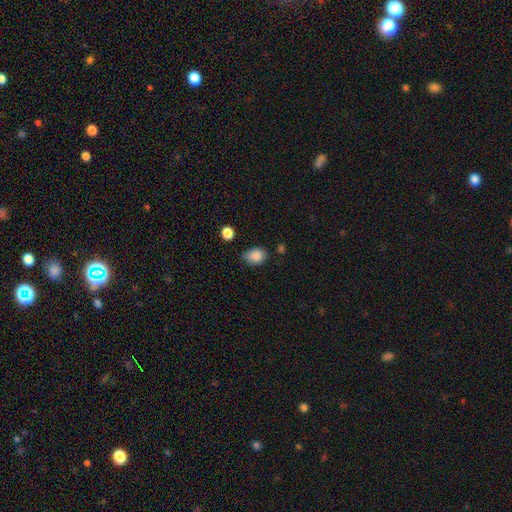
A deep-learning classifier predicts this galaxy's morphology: smooth 86%, star or artifact 9%, featured or disk 4%. Down the decision tree: how rounded — in between (62%); merging — none (59%).